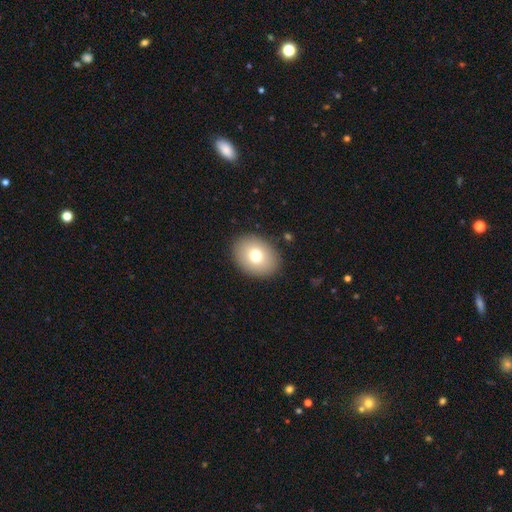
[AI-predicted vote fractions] Smooth or featured?
  - smooth: 75% *
  - featured or disk: 15%
  - star or artifact: 10%
How rounded?
  - in between: 58% *
  - round: 41%
  - cigar-shaped: 1%
Merging?
  - none: 89% *
  - minor disturbance: 7%
  - major disturbance: 2%
  - merger: 1%